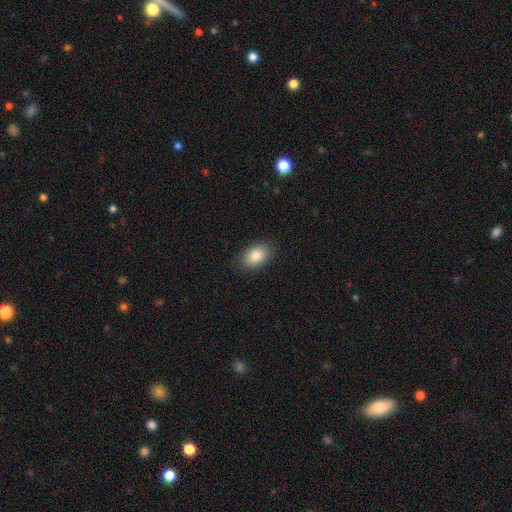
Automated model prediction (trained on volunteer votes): A smooth galaxy with no disk features (84%) that is in between round and cigar-shaped (86%). Merging: none (88%).